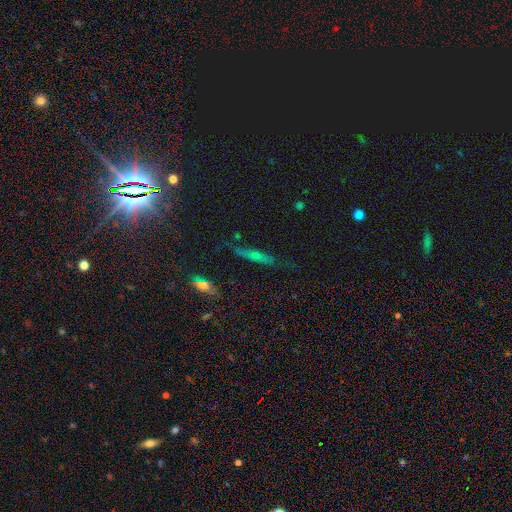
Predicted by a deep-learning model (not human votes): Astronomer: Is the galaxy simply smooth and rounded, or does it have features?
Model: featured or disk — 46% (runner-up: smooth, 38%).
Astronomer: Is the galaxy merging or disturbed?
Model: none — 77%.